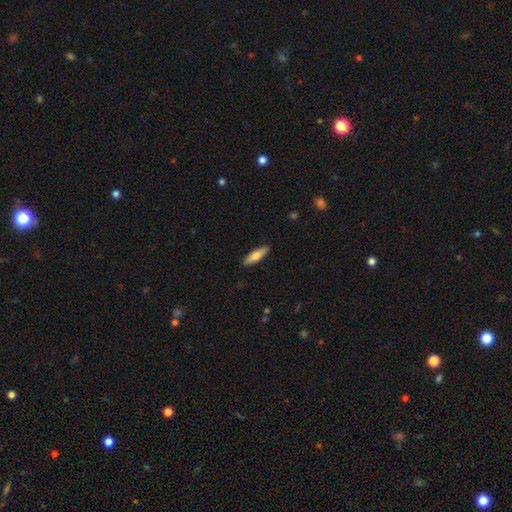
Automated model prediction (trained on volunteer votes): smooth 75%, featured or disk 19%, star or artifact 6%. Down the decision tree: how rounded — cigar-shaped (61%); merging — none (89%).